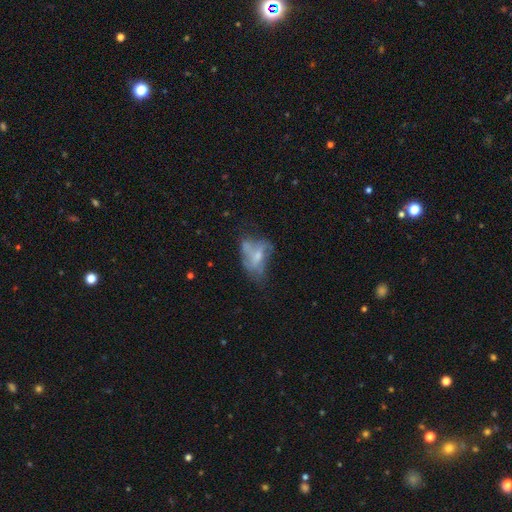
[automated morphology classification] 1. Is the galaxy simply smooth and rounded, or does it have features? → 52% featured or disk, 36% smooth, 12% star or artifact.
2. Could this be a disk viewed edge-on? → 96% no, 4% yes.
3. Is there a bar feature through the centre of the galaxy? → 74% no, 21% weak, 5% strong.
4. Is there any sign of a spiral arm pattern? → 75% no, 25% yes.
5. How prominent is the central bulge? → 42% small, 32% moderate, 22% none, 3% large, 1% dominant.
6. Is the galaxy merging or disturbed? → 36% major disturbance, 31% none, 24% minor disturbance, 10% merger.